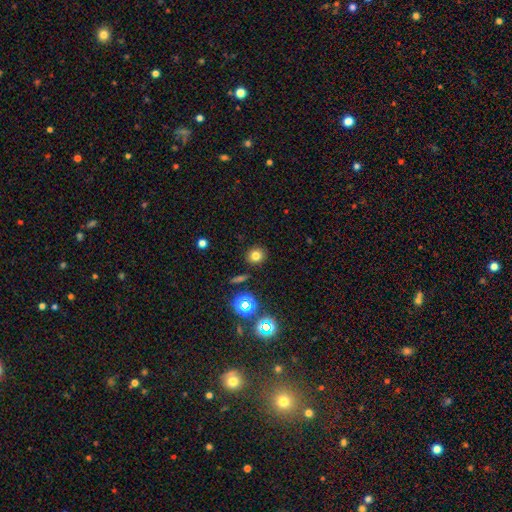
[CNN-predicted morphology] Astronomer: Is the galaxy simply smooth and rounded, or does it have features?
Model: smooth — 75%.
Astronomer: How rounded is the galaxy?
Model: round — 85%.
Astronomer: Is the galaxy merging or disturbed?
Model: none — 88%.